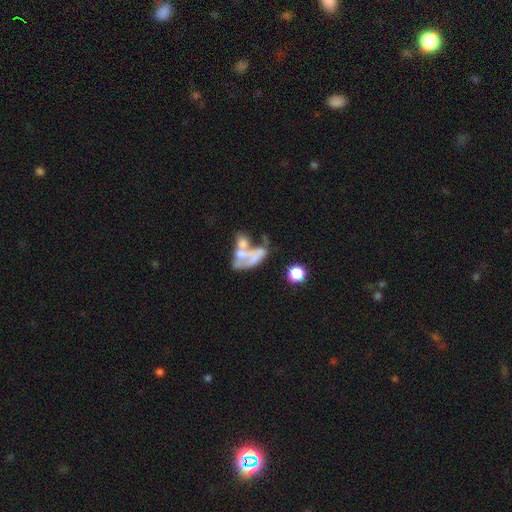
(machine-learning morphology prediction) smooth-or-featured: featured or disk: 51% | smooth: 37% | star or artifact: 12%
  disk-edge-on: no: 95% | yes: 5%
  merging: merger: 53% | major disturbance: 23% | none: 14% | minor disturbance: 10%